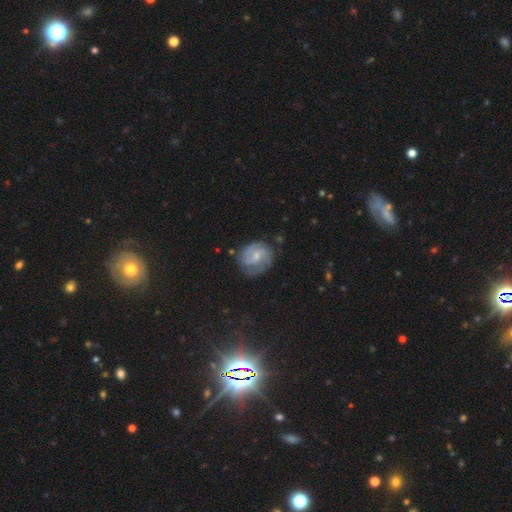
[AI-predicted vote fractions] Smooth or featured: featured or disk — 78% (smooth — 16%)
Edge-on disk: no — 98% (yes — 2%)
Bar: weak — 51% (no — 39%)
Spiral arms: yes — 94% (no — 6%)
Spiral winding: medium — 48% (tight — 36%)
Spiral arm count: 2 — 74% (can't tell — 11%)
Bulge size: small — 56% (moderate — 38%)
Merging: none — 68% (minor disturbance — 21%)